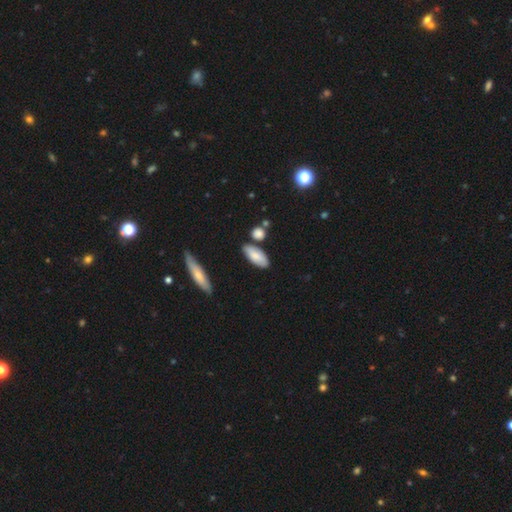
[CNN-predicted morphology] smooth-or-featured: smooth: 79% | featured or disk: 14% | star or artifact: 6%
  how-rounded: in between: 83% | cigar-shaped: 14% | round: 4%
  merging: none: 73% | minor disturbance: 15% | merger: 8% | major disturbance: 3%